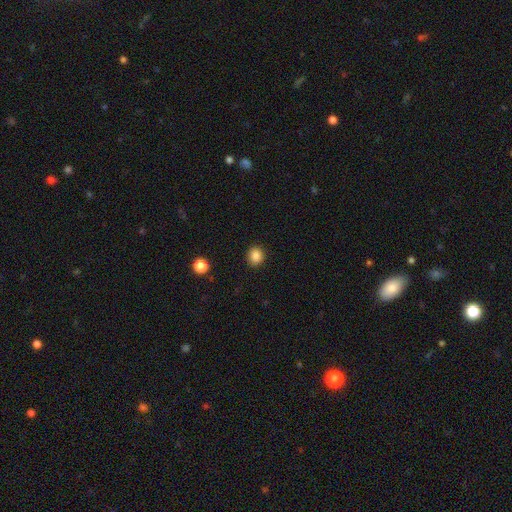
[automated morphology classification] Smooth or featured?
  - smooth: 86% *
  - star or artifact: 10%
  - featured or disk: 3%
How rounded?
  - round: 78% *
  - in between: 21%
  - cigar-shaped: 1%
Merging?
  - none: 91% *
  - minor disturbance: 6%
  - major disturbance: 2%
  - merger: 1%